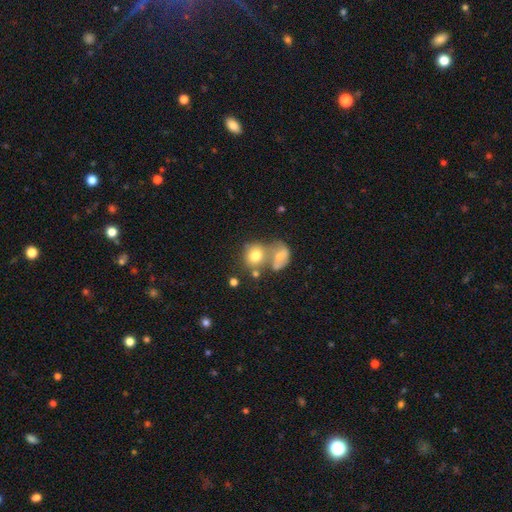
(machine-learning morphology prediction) This appears to be a smooth galaxy with no disk features (73%) that is round (69%). Merging: merger (48%).